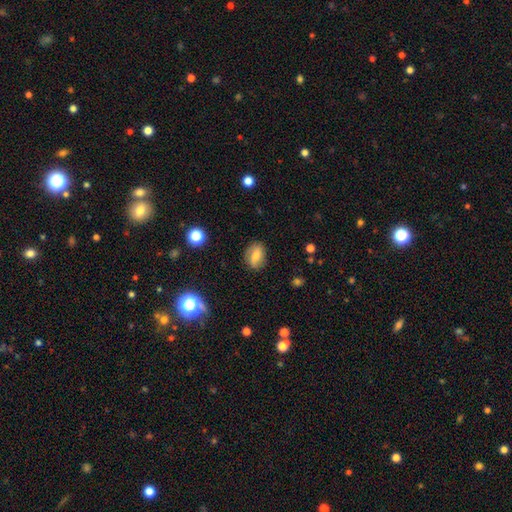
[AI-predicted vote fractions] Smooth or featured? smooth (61%)
How rounded? in between (76%)
Merging? none (79%)